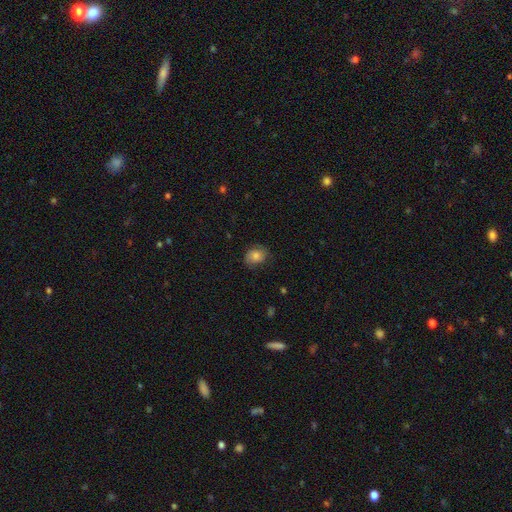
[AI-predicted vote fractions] The model was most divided on "how rounded": in between: 50%, round: 49%, cigar-shaped: 1%. More confident: smooth or featured — smooth (76%); merging — none (74%).